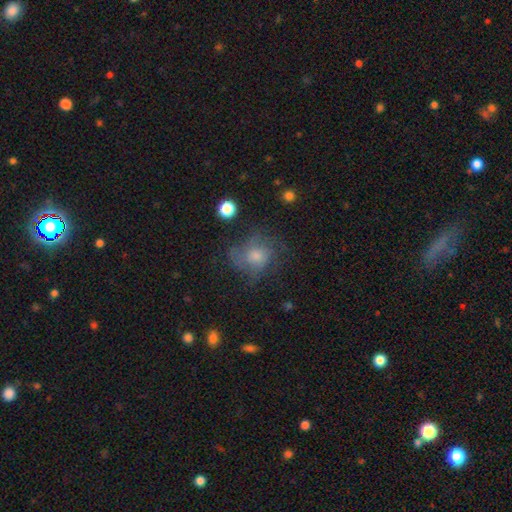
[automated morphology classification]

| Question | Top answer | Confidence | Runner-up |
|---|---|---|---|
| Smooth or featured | featured or disk | 43% | smooth (41%) |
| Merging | none | 58% | minor disturbance (21%) |